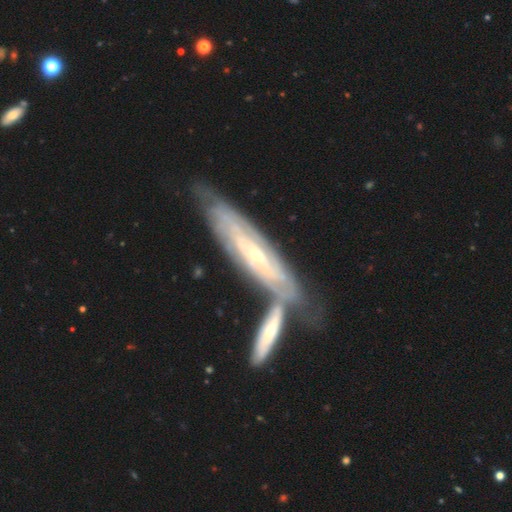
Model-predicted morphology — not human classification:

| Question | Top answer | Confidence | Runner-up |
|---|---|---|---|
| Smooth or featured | featured or disk | 79% | smooth (16%) |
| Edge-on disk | no | 66% | yes (34%) |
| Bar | no | 67% | weak (23%) |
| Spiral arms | yes | 83% | no (17%) |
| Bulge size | small | 70% | moderate (26%) |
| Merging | none | 49% | merger (29%) |